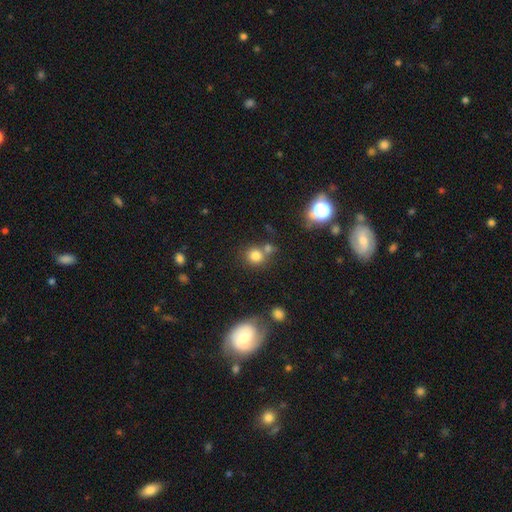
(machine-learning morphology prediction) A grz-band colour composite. It shows a smooth galaxy with no disk features (78%) that is round (84%). Merging: none (59%).